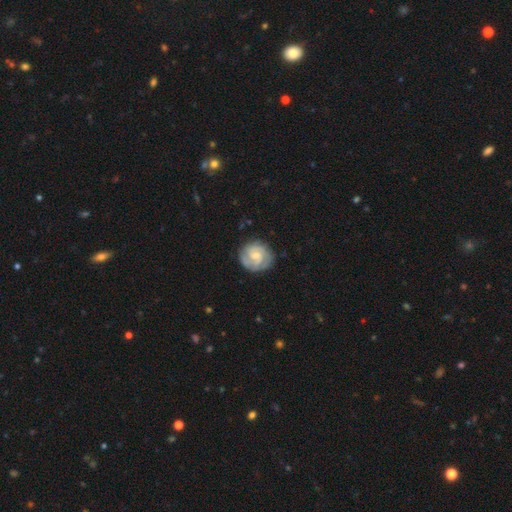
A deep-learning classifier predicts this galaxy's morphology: Smooth or featured? featured or disk (77%)
Edge-on disk? no (98%)
Bar? no (48%)
Spiral arms? yes (95%)
Spiral winding? tight (66%)
Spiral arm count? 2 (60%)
Bulge size? small (50%)
Merging? none (79%)